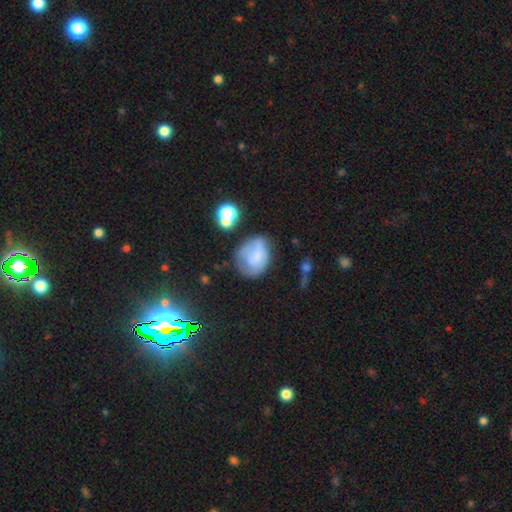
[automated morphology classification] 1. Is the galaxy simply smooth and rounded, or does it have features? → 61% smooth, 28% featured or disk, 11% star or artifact.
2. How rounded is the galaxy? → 52% round, 47% in between, 1% cigar-shaped.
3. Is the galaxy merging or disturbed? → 44% none, 30% minor disturbance, 19% major disturbance, 6% merger.